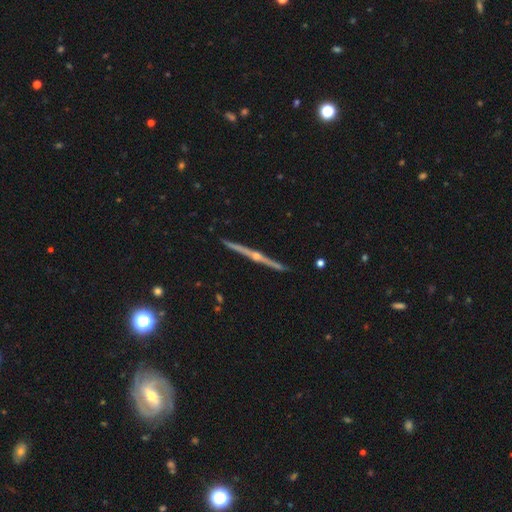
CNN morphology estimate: This is clearly a featured or disk galaxy (88%). It is clearly viewed edge-on (99%). Edge-on bulge: clearly rounded (91%). Merging: clearly none (92%).